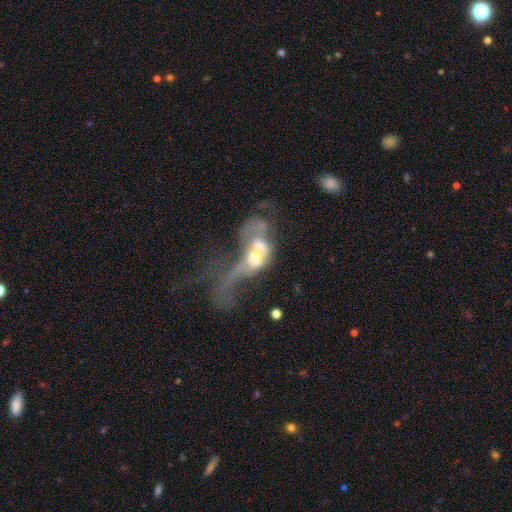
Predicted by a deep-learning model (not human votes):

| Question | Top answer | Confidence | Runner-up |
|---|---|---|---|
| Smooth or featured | featured or disk | 58% | smooth (31%) |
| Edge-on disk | no | 92% | yes (8%) |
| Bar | no | 77% | weak (17%) |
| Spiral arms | no | 74% | yes (26%) |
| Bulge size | moderate | 54% | large (19%) |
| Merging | merger | 56% | major disturbance (33%) |